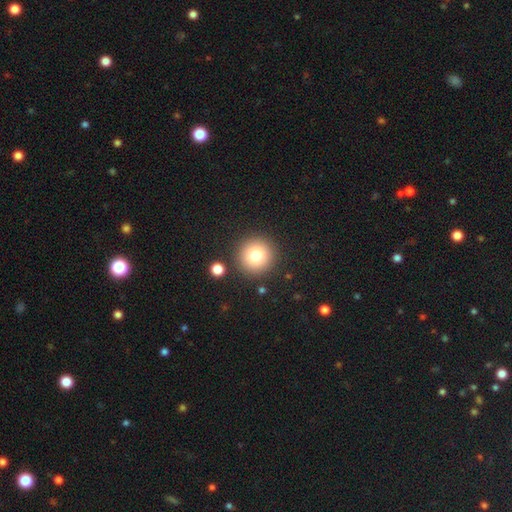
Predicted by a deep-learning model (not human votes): A smooth galaxy with no disk features (79%) that is round (95%).

Vote fractions:
- Smooth or featured? smooth: 79% / star or artifact: 12% / featured or disk: 9%
- How rounded? round: 95% / in between: 4% / cigar-shaped: 1%
- Merging? none: 88% / minor disturbance: 6% / merger: 3% / major disturbance: 2%